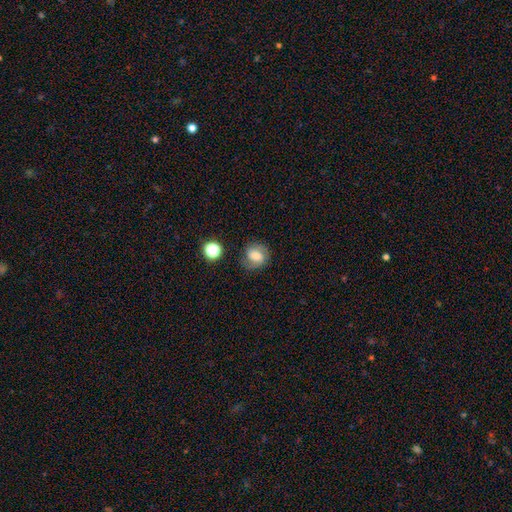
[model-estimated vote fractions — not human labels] smooth 48%, featured or disk 40%, star or artifact 12%. Down the decision tree: merging — none (73%).